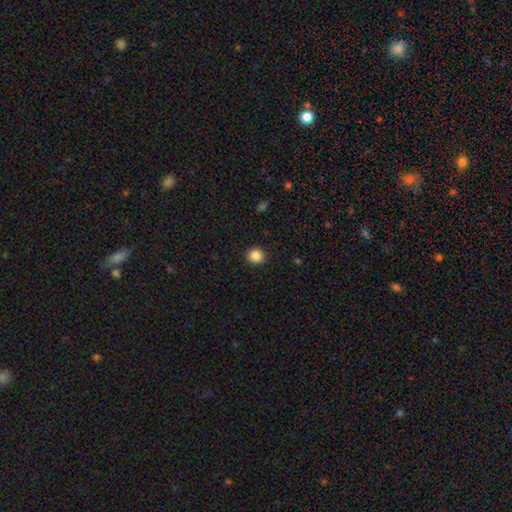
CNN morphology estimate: Smooth or featured? Predicted: smooth (p=0.86). How rounded? Predicted: round (p=0.85). Merging? Predicted: none (p=0.91).